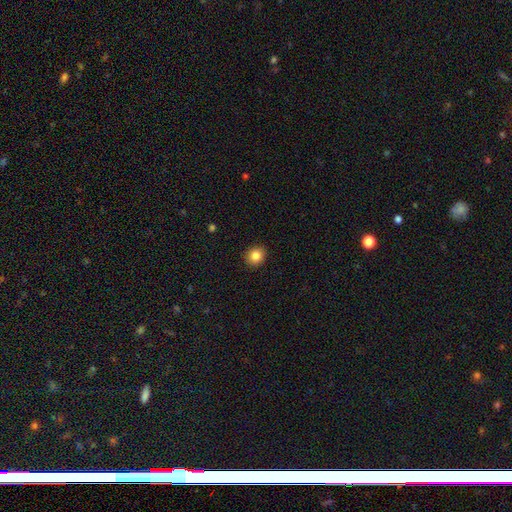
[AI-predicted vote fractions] Smooth or featured?
  - smooth: 84% *
  - star or artifact: 10%
  - featured or disk: 6%
How rounded?
  - round: 81% *
  - in between: 18%
  - cigar-shaped: 1%
Merging?
  - none: 92% *
  - minor disturbance: 6%
  - major disturbance: 2%
  - merger: 1%